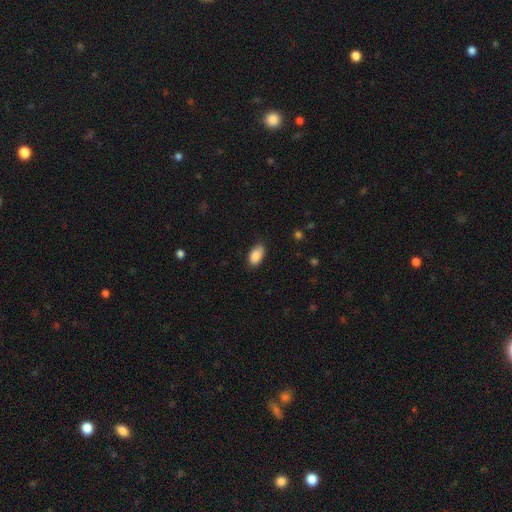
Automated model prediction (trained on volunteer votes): smooth_or_featured: smooth (p=0.89) [alt: star or artifact p=0.07]
how_rounded: in between (p=0.94) [alt: round p=0.04]
merging: none (p=0.83) [alt: minor disturbance p=0.14]